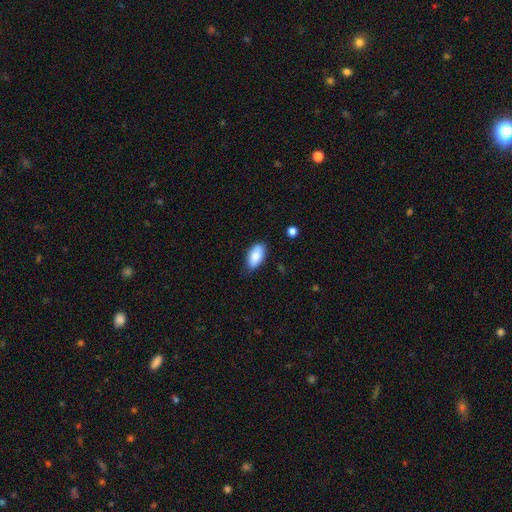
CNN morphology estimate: Smooth or featured: smooth — 87% (featured or disk — 7%)
How rounded: in between — 93% (cigar-shaped — 4%)
Merging: none — 78% (minor disturbance — 18%)